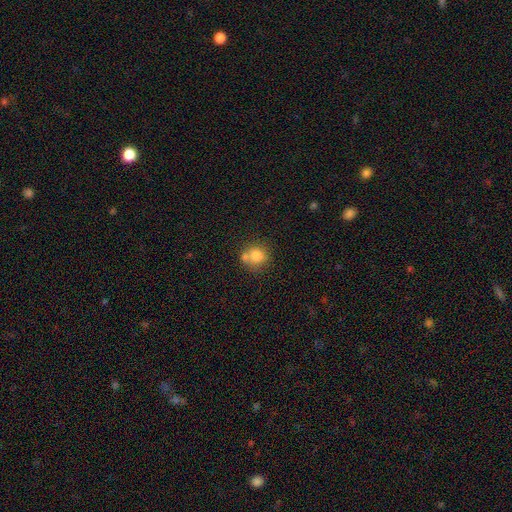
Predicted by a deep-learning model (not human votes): The model was most divided on "merging": none: 50%, merger: 34%, minor disturbance: 12%, major disturbance: 4%. More confident: how rounded — round (80%); smooth or featured — smooth (78%).